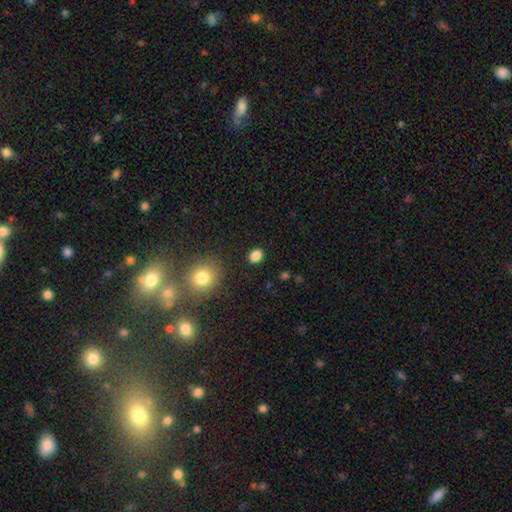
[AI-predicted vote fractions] Smooth or featured: smooth — 85% (star or artifact — 11%)
How rounded: in between — 60% (round — 38%)
Merging: none — 87% (minor disturbance — 8%)